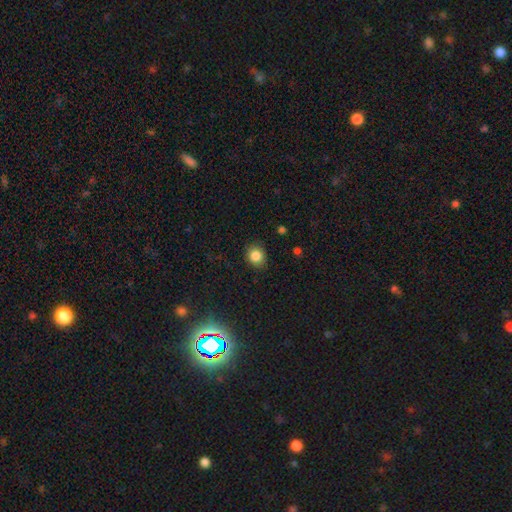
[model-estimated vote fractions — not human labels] This is clearly a smooth galaxy (83%). How rounded: likely round (73%). Merging: clearly none (84%).